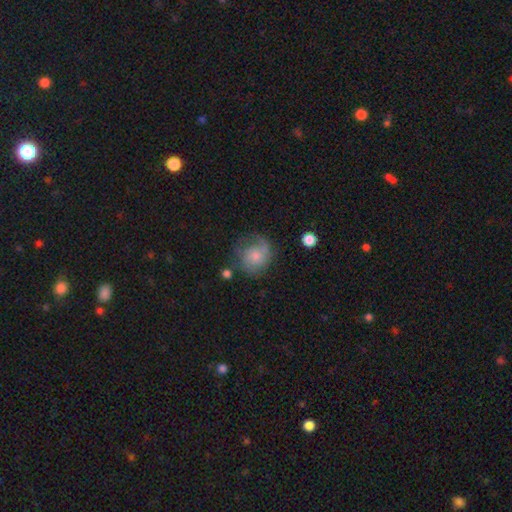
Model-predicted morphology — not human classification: A smooth galaxy with no disk features (48%). Merging: none (51%).